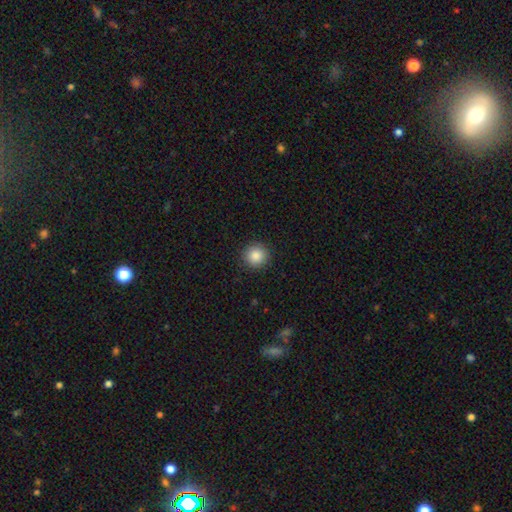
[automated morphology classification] smooth_or_featured: smooth (p=0.87) [alt: star or artifact p=0.09]
how_rounded: round (p=0.94) [alt: in between p=0.05]
merging: none (p=0.92) [alt: minor disturbance p=0.05]